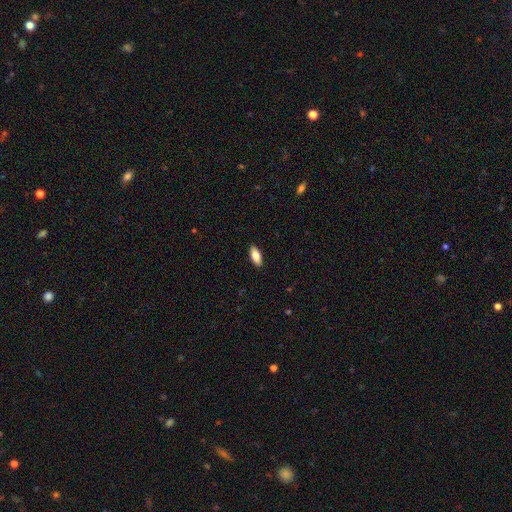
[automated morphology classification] Q: Smooth or featured?
A: smooth (79%); runner-up: featured or disk (15%)
Q: How rounded?
A: in between (82%); runner-up: cigar-shaped (16%)
Q: Merging?
A: none (90%); runner-up: minor disturbance (8%)